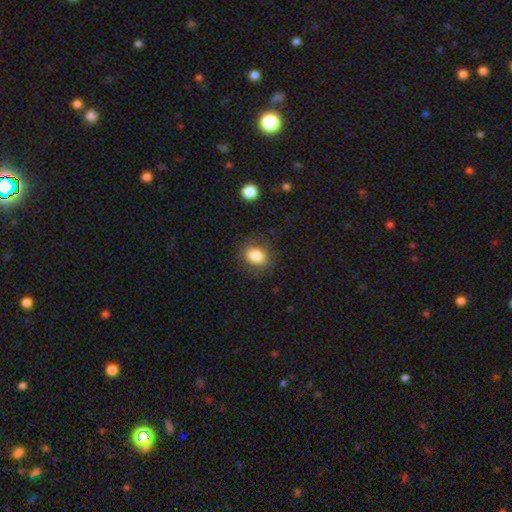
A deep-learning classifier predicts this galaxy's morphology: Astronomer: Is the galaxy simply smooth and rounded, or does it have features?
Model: smooth — 84%.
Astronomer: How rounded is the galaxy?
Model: in between — 54% (runner-up: round, 45%).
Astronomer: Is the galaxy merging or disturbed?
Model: none — 83%.